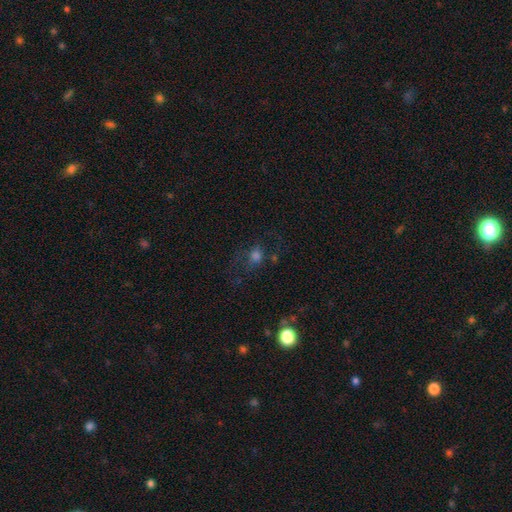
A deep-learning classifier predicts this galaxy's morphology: This is possibly a smooth galaxy (55%). How rounded: likely round (65%). Merging: possibly none (52%).